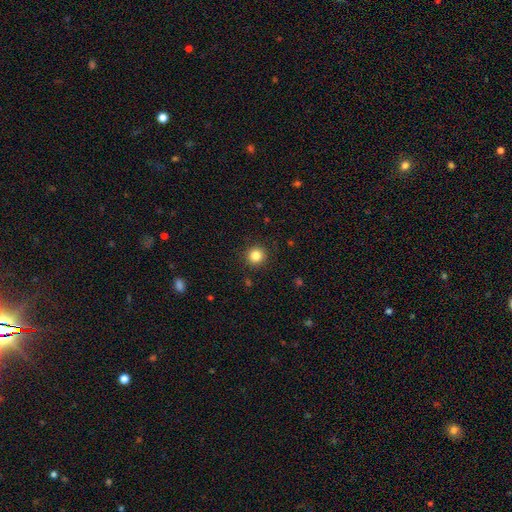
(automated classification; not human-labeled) The model was most divided on "smooth or featured": smooth: 84%, star or artifact: 11%, featured or disk: 5%. More confident: how rounded — round (94%); merging — none (91%).